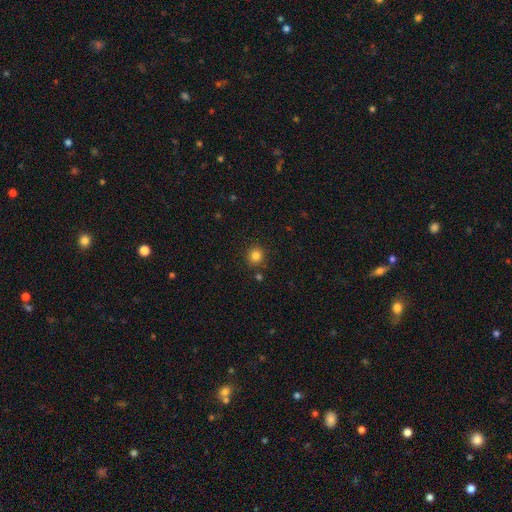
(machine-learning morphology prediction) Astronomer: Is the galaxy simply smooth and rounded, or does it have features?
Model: smooth — 82%.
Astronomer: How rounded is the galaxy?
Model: round — 92%.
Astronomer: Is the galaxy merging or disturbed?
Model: none — 87%.